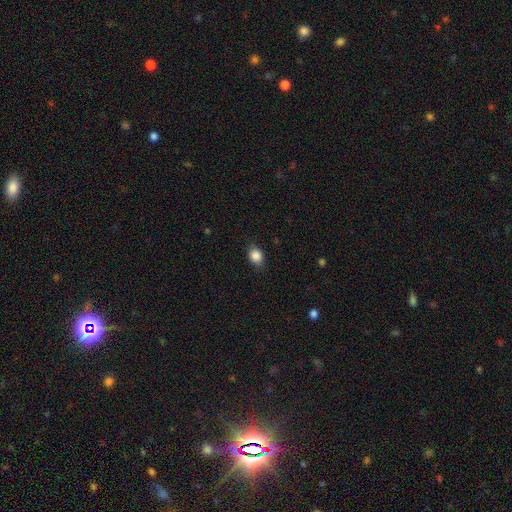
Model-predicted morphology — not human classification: Overall: smooth (86%). How rounded: in between (52%; round 47%). Merging: none (81%).